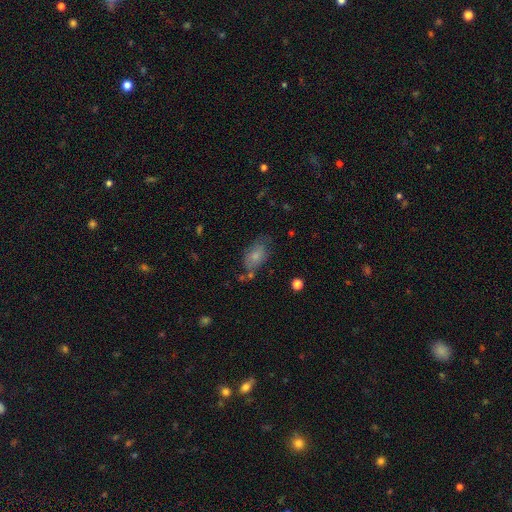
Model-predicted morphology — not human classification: smooth 73%, featured or disk 19%, star or artifact 9%. Down the decision tree: how rounded — in between (90%); merging — none (51%).